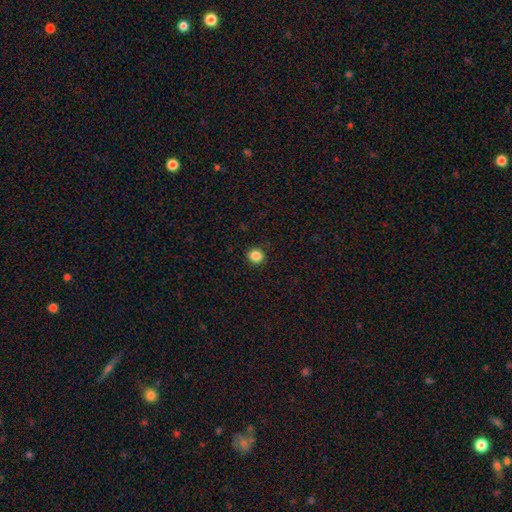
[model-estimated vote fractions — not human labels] Overall: smooth (86%). How rounded: round (85%). Merging: none (92%).